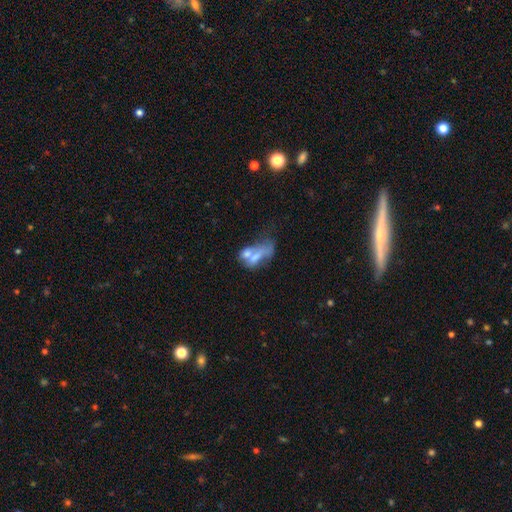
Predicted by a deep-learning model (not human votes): This is possibly a smooth galaxy (51%). How rounded: clearly in between (81%). Merging: possibly merger (55%).